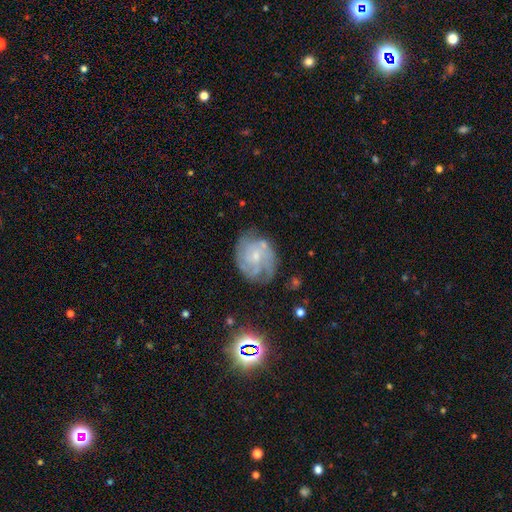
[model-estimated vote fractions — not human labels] Smooth or featured? Predicted: featured or disk (p=0.76). Edge-on disk? Predicted: no (p=0.97). Bar? Predicted: no (p=0.67). Spiral arms? Predicted: yes (p=0.89). Spiral winding? Predicted: tight (p=0.54). Spiral arm count? Predicted: can't tell (p=0.36). Bulge size? Predicted: small (p=0.66). Merging? Predicted: none (p=0.63).